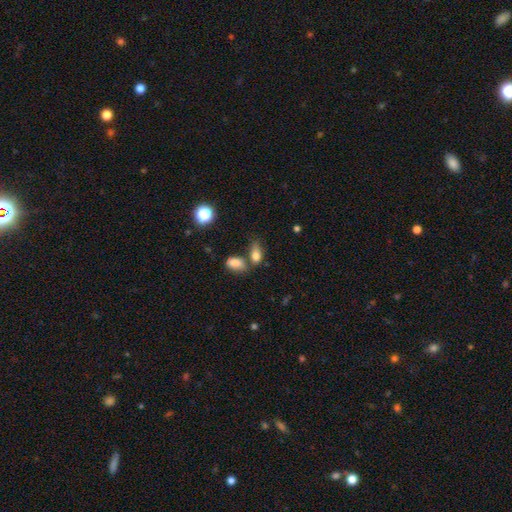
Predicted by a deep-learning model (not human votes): Smooth or featured? smooth (79%)
How rounded? in between (84%)
Merging? none (39%)